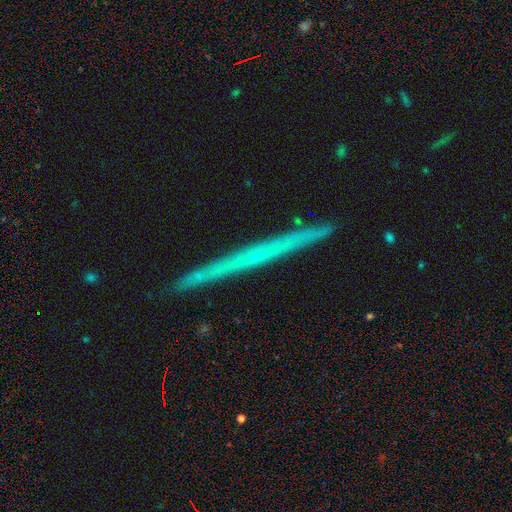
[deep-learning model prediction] Smooth or featured?
  - featured or disk: 62% *
  - smooth: 31%
  - star or artifact: 7%
Edge-on disk?
  - yes: 98% *
  - no: 2%
Edge-on bulge?
  - none: 88% *
  - rounded: 9%
  - boxy: 3%
Merging?
  - none: 92% *
  - minor disturbance: 5%
  - major disturbance: 1%
  - merger: 1%